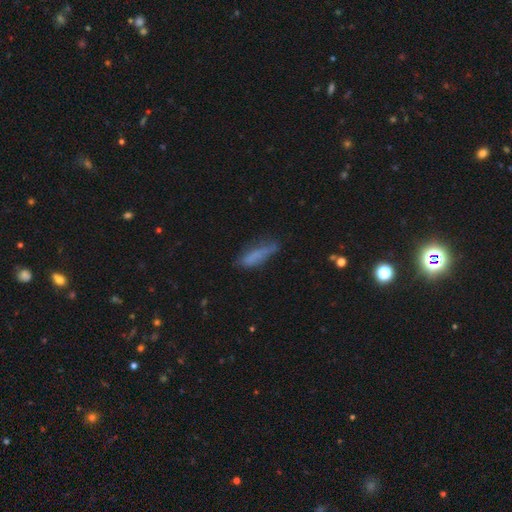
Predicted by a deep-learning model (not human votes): smooth 70%, featured or disk 20%, star or artifact 10%. Down the decision tree: how rounded — cigar-shaped (63%); merging — none (51%).